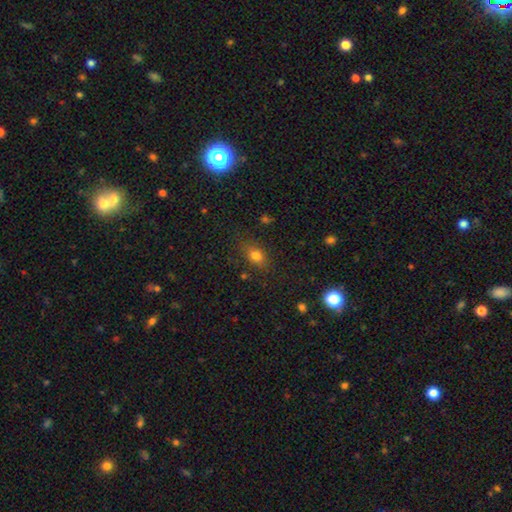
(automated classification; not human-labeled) Morphology: type=smooth (78%); roundness=in between (67%); merging=none (77%).